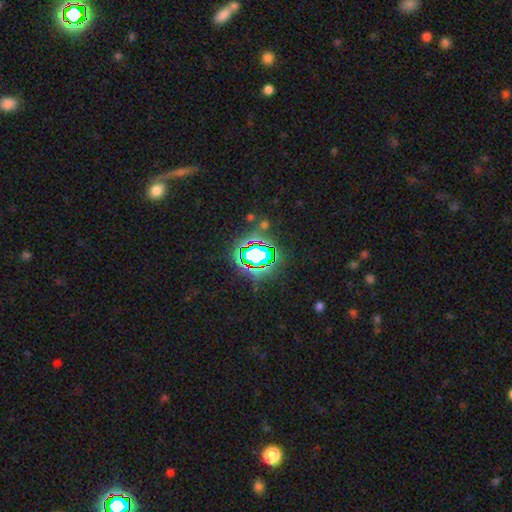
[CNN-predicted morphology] Smooth or featured?
  - star or artifact: 73% *
  - smooth: 16%
  - featured or disk: 11%